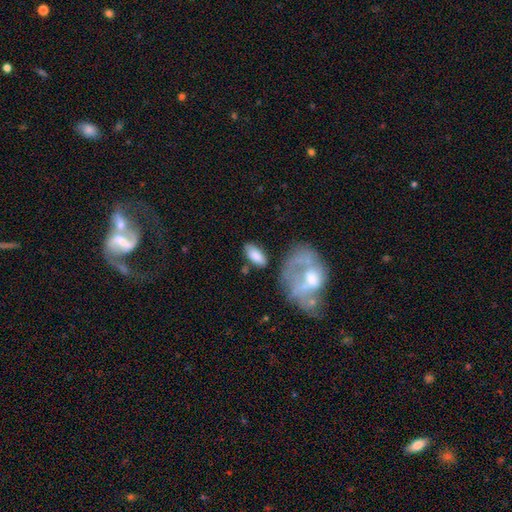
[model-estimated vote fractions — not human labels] A smooth galaxy with no disk features (81%) that is in between round and cigar-shaped (89%). Merging: none (68%).